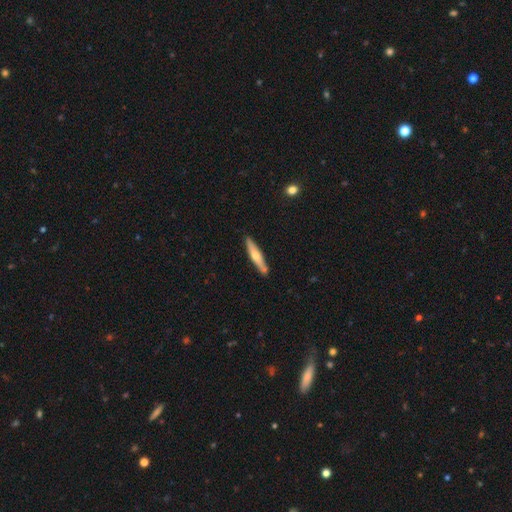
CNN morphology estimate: Smooth or featured?
  - smooth: 48% *
  - featured or disk: 47%
  - star or artifact: 5%
Merging?
  - none: 85% *
  - minor disturbance: 10%
  - merger: 3%
  - major disturbance: 2%